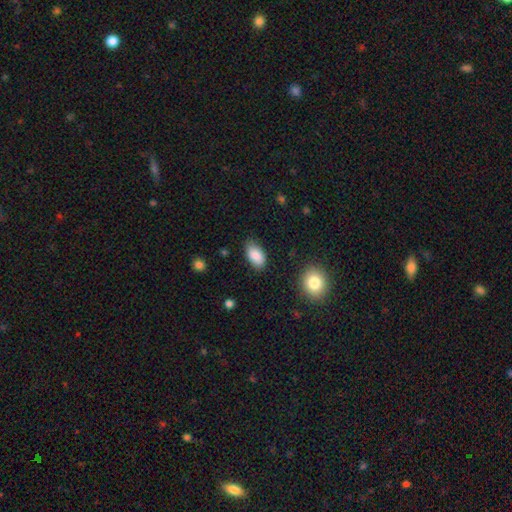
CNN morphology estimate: Smooth or featured?
  - smooth: 87% *
  - star or artifact: 7%
  - featured or disk: 6%
How rounded?
  - in between: 94% *
  - round: 4%
  - cigar-shaped: 2%
Merging?
  - none: 78% *
  - minor disturbance: 17%
  - major disturbance: 3%
  - merger: 2%